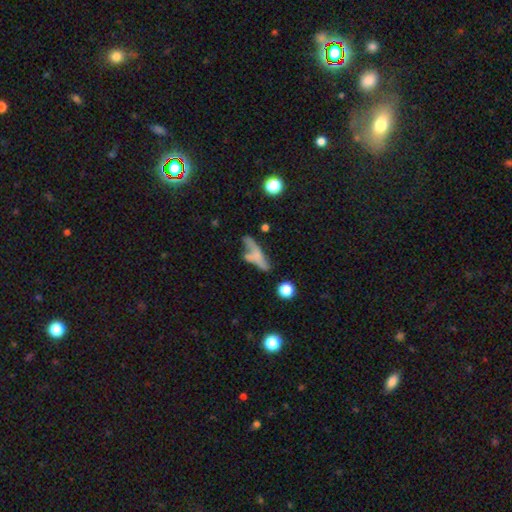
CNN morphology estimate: The model was most divided on "smooth or featured": smooth: 48%, featured or disk: 39%, star or artifact: 13%. Remaining: merging — none (34%).